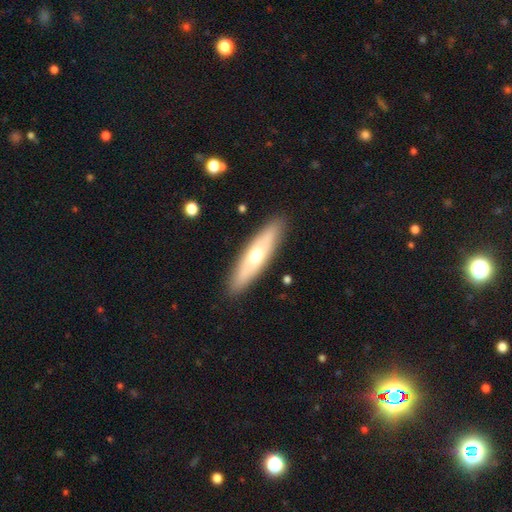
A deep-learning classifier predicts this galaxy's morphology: Overall: smooth (52%; featured or disk 43%). How rounded: cigar-shaped (70%). Merging: none (90%).